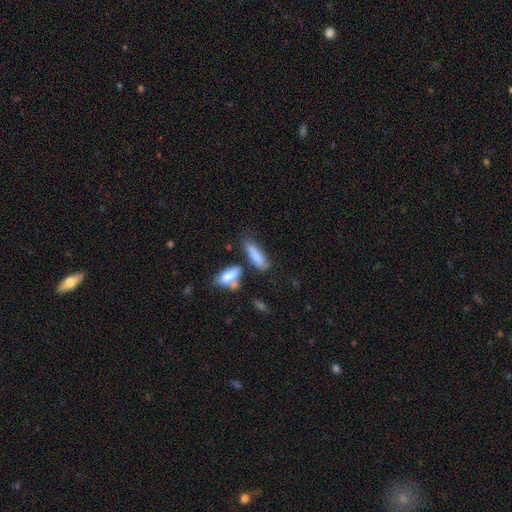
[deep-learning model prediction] Smooth or featured?
  - smooth: 81% *
  - featured or disk: 12%
  - star or artifact: 7%
How rounded?
  - cigar-shaped: 50% *
  - in between: 48%
  - round: 2%
Merging?
  - none: 50% *
  - minor disturbance: 22%
  - merger: 20%
  - major disturbance: 8%